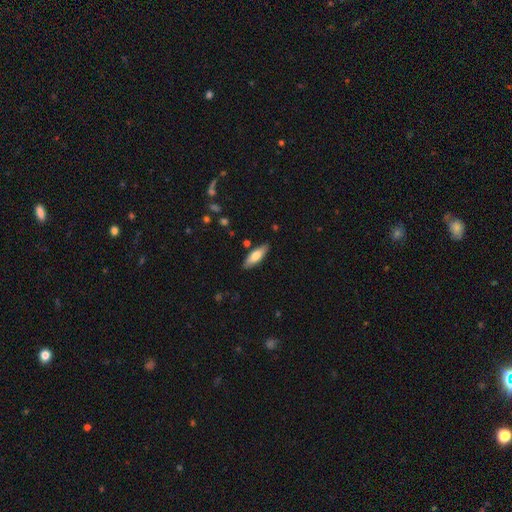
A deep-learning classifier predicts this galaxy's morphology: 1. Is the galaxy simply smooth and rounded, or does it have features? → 70% smooth, 24% featured or disk, 6% star or artifact.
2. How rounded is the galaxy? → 56% in between, 42% cigar-shaped, 2% round.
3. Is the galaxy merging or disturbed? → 86% none, 10% minor disturbance, 2% major disturbance, 2% merger.